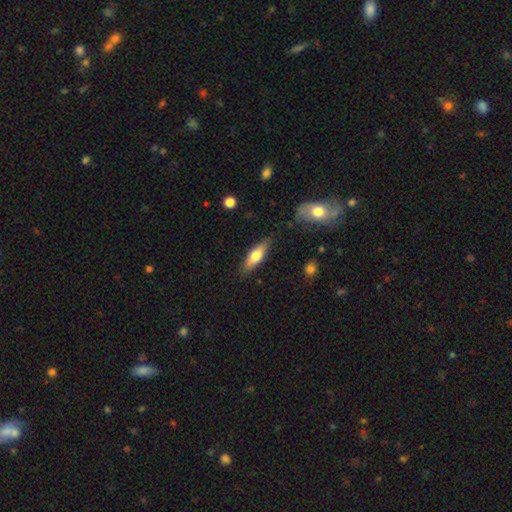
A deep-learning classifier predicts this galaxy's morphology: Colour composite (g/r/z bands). It shows a smooth galaxy with no disk features (62%) that is cigar-shaped (50%). Merging: none (81%).